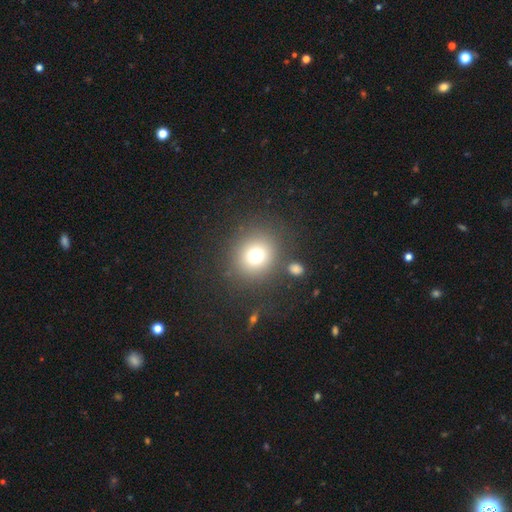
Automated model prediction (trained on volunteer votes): This appears to be a smooth galaxy with no disk features (74%) that is round (88%). Merging: none (81%).